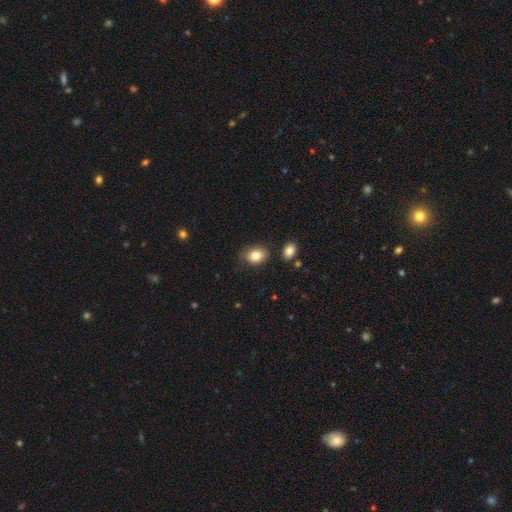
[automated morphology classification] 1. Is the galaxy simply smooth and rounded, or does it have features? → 83% smooth, 9% star or artifact, 8% featured or disk.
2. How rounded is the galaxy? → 64% in between, 35% round, 1% cigar-shaped.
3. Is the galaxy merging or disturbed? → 74% none, 17% minor disturbance, 4% merger, 4% major disturbance.